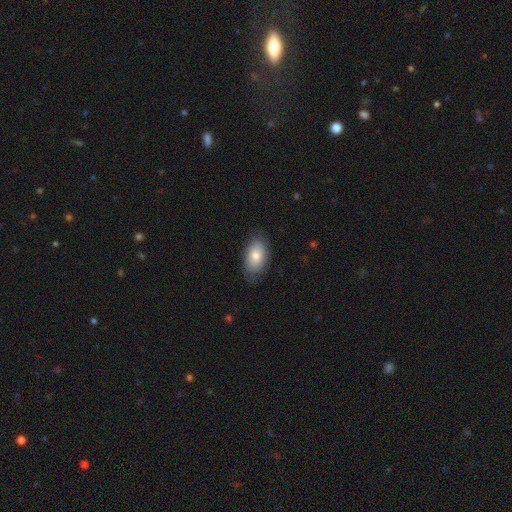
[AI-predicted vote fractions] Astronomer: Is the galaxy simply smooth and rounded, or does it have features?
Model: smooth — 77%.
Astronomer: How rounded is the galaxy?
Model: in between — 92%.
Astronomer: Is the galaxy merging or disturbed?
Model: none — 76%.